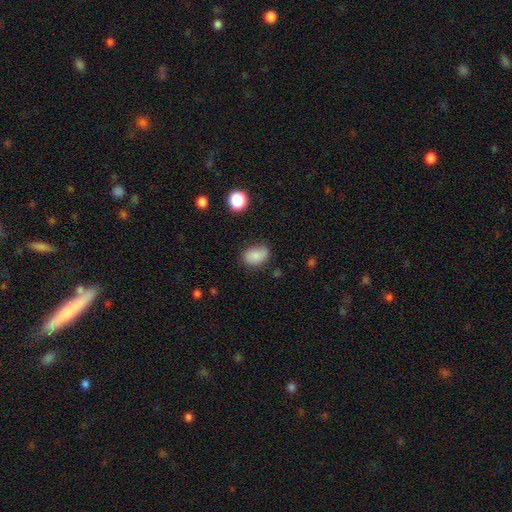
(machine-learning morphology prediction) The model was most divided on "merging": none: 64%, minor disturbance: 27%, major disturbance: 6%, merger: 3%. More confident: how rounded — in between (82%); smooth or featured — smooth (82%).